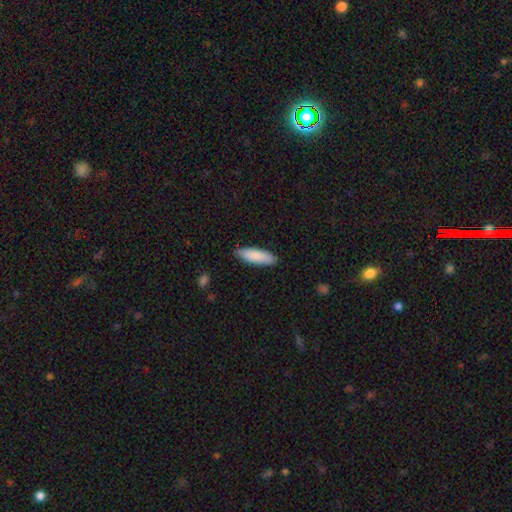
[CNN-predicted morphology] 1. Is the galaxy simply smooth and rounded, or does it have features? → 87% smooth, 7% featured or disk, 5% star or artifact.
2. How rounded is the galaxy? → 50% in between, 49% cigar-shaped, 1% round.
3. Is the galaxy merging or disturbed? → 86% none, 11% minor disturbance, 2% major disturbance, 1% merger.